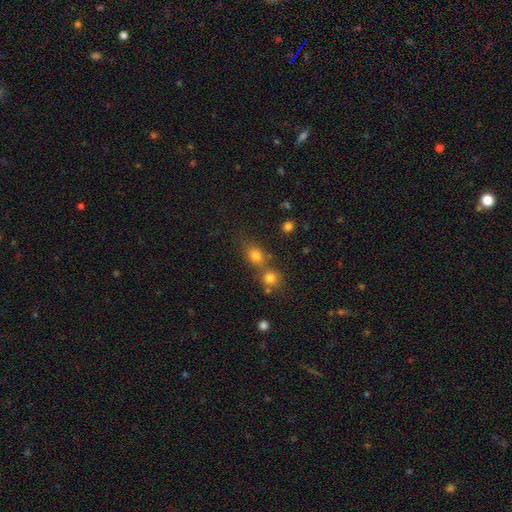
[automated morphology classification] type=smooth (76%); roundness=round (58%); merging=none (49%).